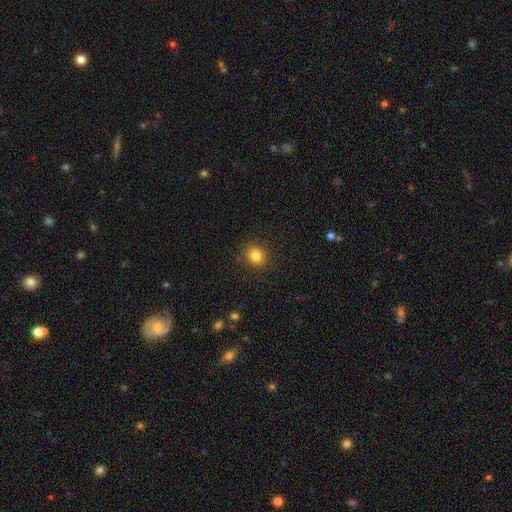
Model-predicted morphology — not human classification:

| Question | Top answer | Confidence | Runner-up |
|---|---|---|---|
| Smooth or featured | smooth | 82% | star or artifact (12%) |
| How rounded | round | 81% | in between (18%) |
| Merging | none | 89% | minor disturbance (7%) |